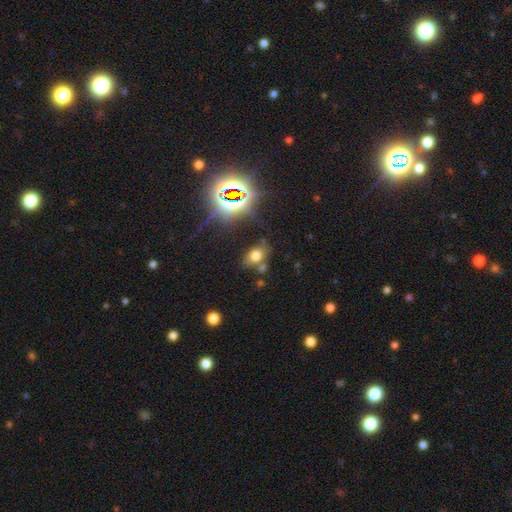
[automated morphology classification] A smooth galaxy with no disk features (61%) that is in between round and cigar-shaped (74%). Merging: none (64%).